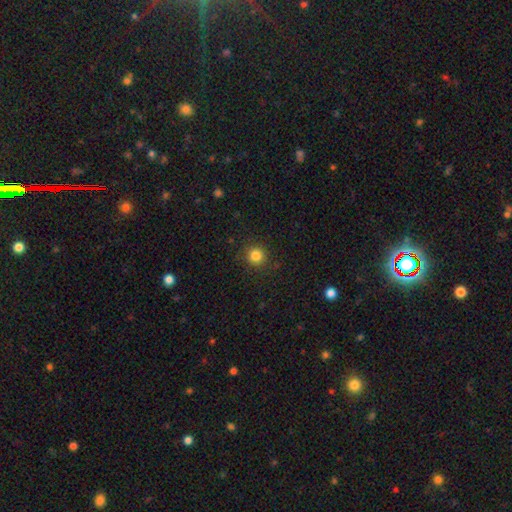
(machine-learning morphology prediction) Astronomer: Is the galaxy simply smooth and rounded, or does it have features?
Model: smooth — 83%.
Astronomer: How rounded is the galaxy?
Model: round — 93%.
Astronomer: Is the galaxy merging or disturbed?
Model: none — 90%.